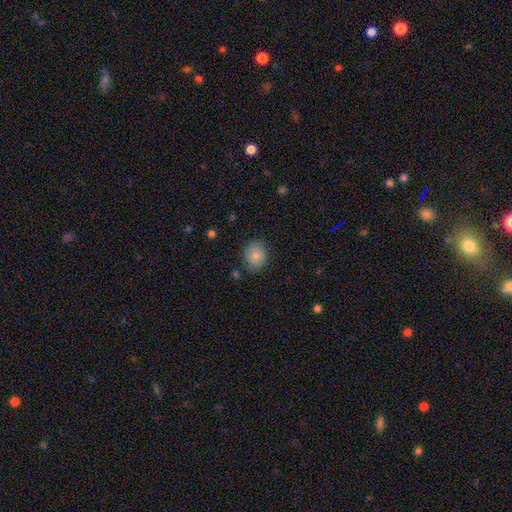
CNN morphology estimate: This appears to be a smooth galaxy with no disk features (82%) that is round (57%). Merging: none (79%).